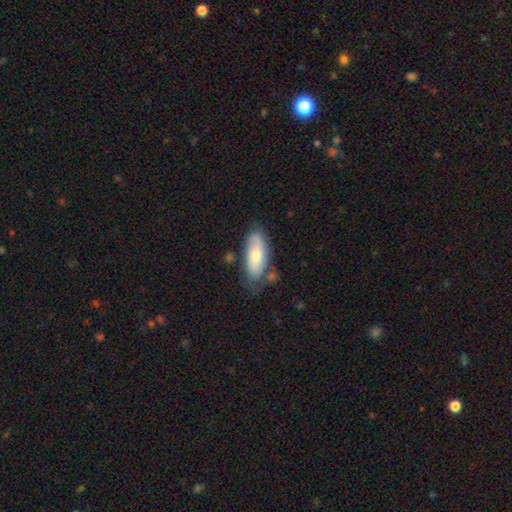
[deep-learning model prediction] This is likely a smooth galaxy (64%). How rounded: likely in between (76%). Merging: likely none (63%).